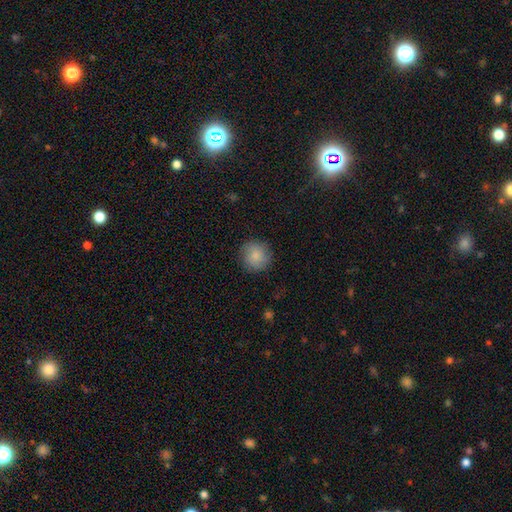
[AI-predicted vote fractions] smooth 86%, star or artifact 7%, featured or disk 6%. Down the decision tree: how rounded — round (94%); merging — none (87%).